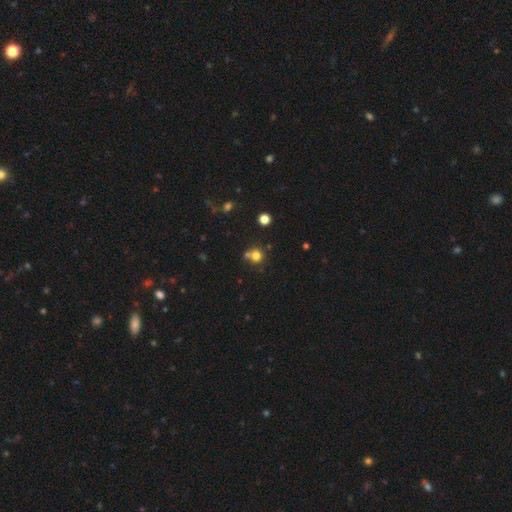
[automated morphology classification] This is likely a smooth galaxy (76%). How rounded: clearly round (88%). Merging: possibly none (60%).